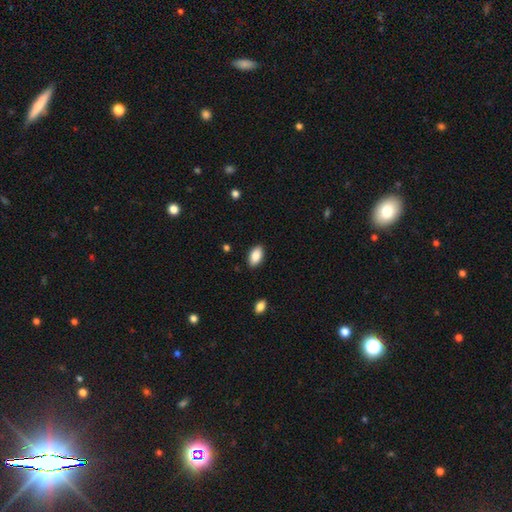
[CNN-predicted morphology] Smooth or featured? smooth (87%)
How rounded? in between (93%)
Merging? none (87%)